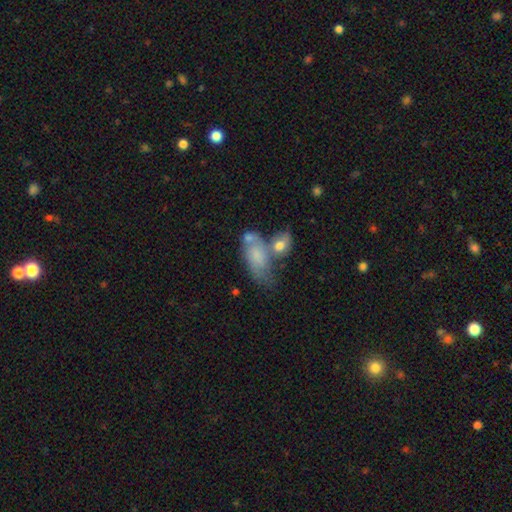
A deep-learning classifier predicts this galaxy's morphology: Smooth or featured: smooth — 62% (featured or disk — 30%)
How rounded: in between — 87% (round — 7%)
Merging: merger — 39% (none — 27%)